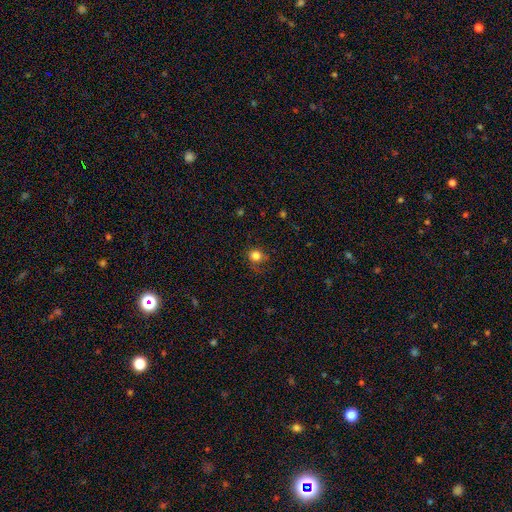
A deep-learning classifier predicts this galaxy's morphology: This is clearly a smooth galaxy (82%). How rounded: clearly round (82%). Merging: likely none (69%).